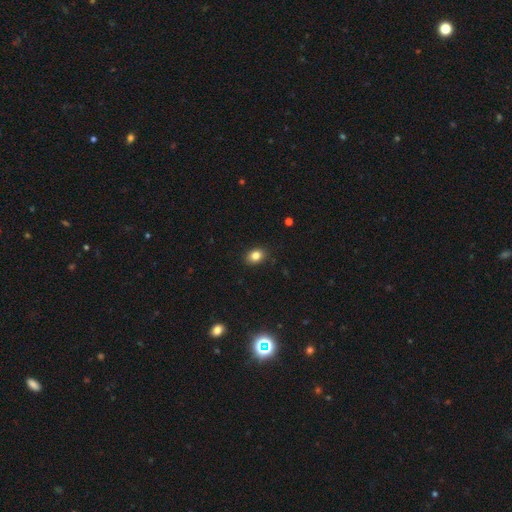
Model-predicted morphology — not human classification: Smooth or featured? smooth (83%)
How rounded? in between (65%)
Merging? none (88%)